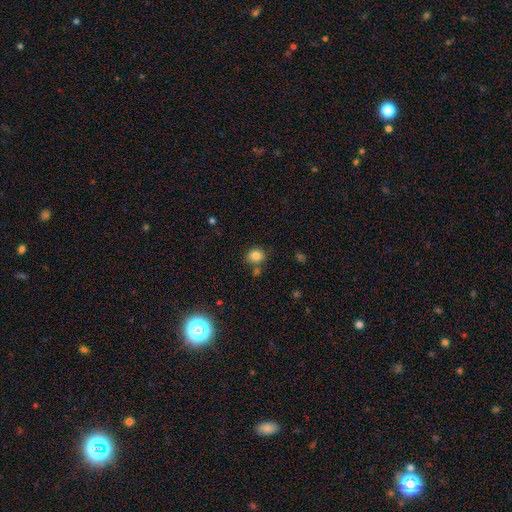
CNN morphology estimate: Smooth or featured? Predicted: smooth (p=0.82). How rounded? Predicted: round (p=0.73). Merging? Predicted: none (p=0.76).